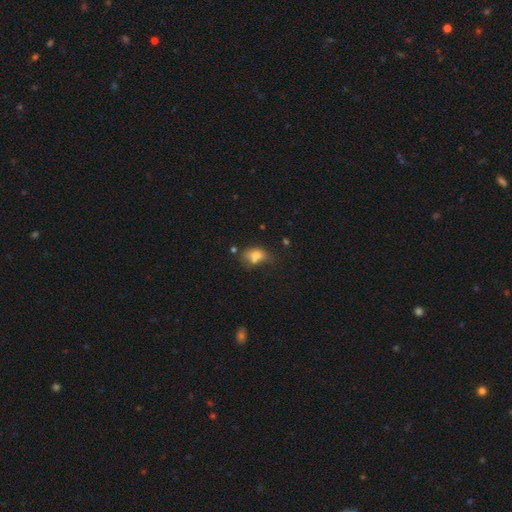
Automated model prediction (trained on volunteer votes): This appears to be a smooth galaxy with no disk features (68%) that is in between round and cigar-shaped (73%). Merging: none (38%).